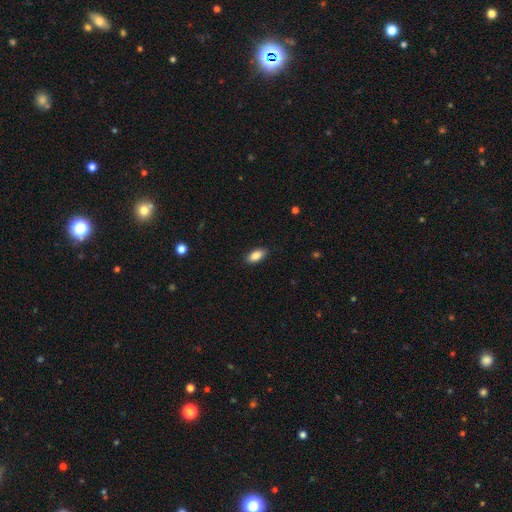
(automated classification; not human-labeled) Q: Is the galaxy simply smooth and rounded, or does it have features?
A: smooth — 87%.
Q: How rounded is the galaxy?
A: in between — 91%.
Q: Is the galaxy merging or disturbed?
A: none — 88%.